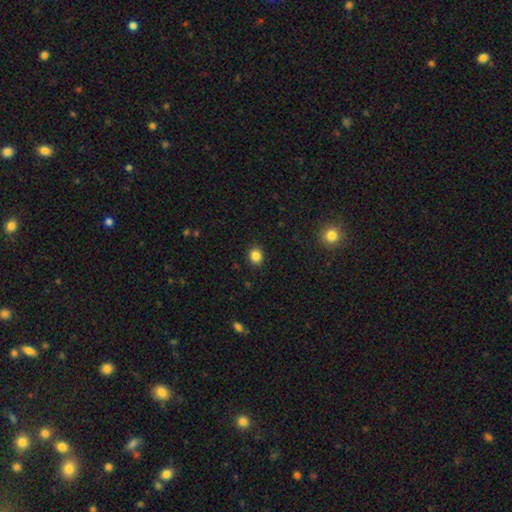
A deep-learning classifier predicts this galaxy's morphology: smooth-or-featured: smooth: 85% | star or artifact: 11% | featured or disk: 4%
  how-rounded: round: 79% | in between: 20% | cigar-shaped: 1%
  merging: none: 91% | minor disturbance: 6% | major disturbance: 2% | merger: 1%